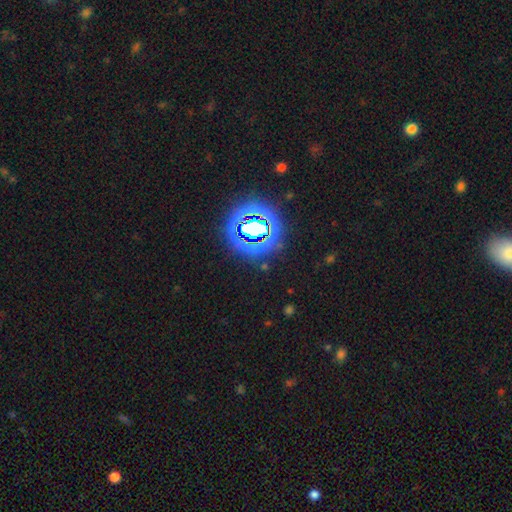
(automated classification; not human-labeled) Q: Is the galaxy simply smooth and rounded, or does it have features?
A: star or artifact — 81%.